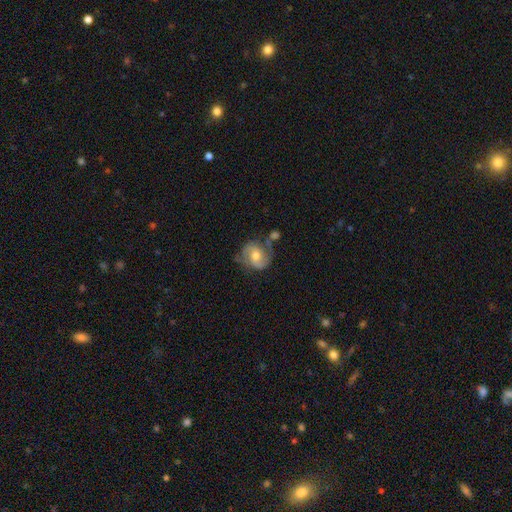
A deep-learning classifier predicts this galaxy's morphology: Smooth or featured: featured or disk — 70% (smooth — 23%)
Edge-on disk: no — 97% (yes — 3%)
Bar: no — 46% (weak — 43%)
Spiral arms: yes — 91% (no — 9%)
Spiral winding: medium — 50% (tight — 29%)
Spiral arm count: 2 — 84% (can't tell — 8%)
Bulge size: moderate — 69% (small — 21%)
Merging: none — 58% (minor disturbance — 22%)